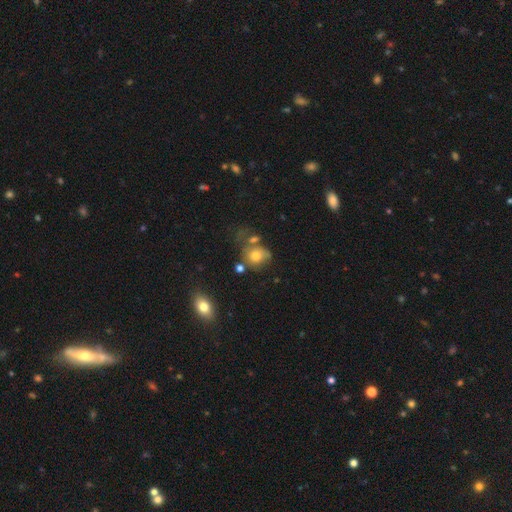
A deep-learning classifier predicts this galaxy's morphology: smooth-or-featured: smooth: 65% | featured or disk: 24% | star or artifact: 11%
  how-rounded: round: 64% | in between: 35% | cigar-shaped: 1%
  merging: none: 37% | minor disturbance: 22% | merger: 21% | major disturbance: 19%